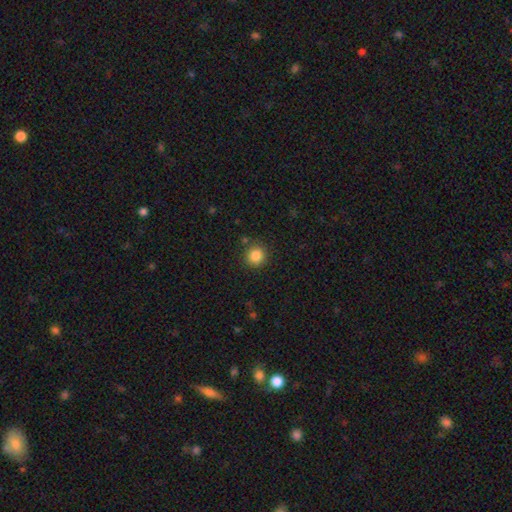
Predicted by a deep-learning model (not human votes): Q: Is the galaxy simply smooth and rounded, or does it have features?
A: smooth — 85%.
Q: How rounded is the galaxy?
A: round — 92%.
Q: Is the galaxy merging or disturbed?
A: none — 86%.